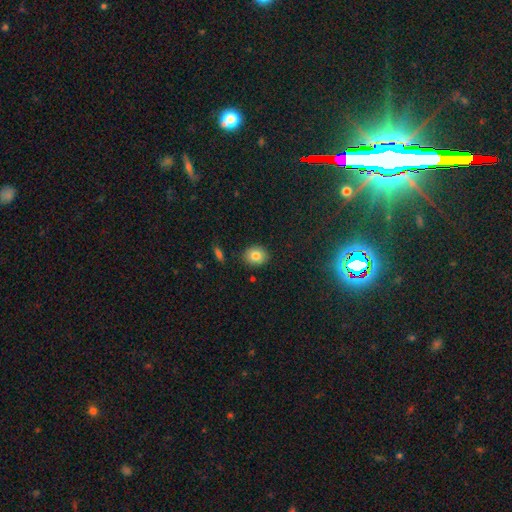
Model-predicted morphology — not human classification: Smooth or featured: smooth — 82% (star or artifact — 9%)
How rounded: round — 64% (in between — 35%)
Merging: none — 88% (minor disturbance — 8%)